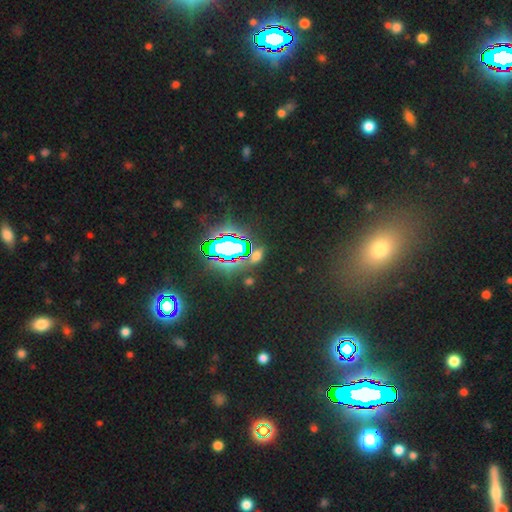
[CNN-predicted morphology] smooth_or_featured: star or artifact (p=0.62) [alt: smooth p=0.29]